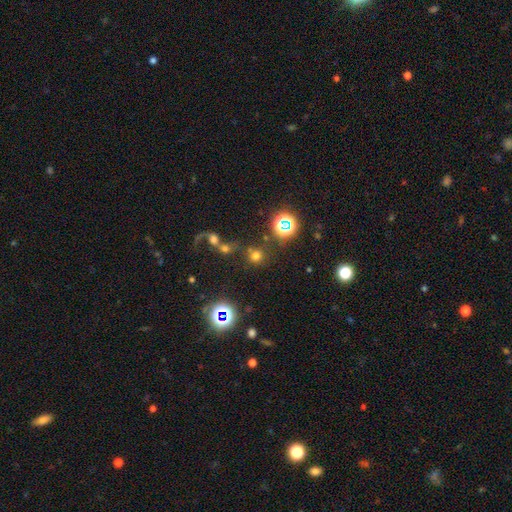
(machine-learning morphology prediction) A smooth galaxy with no disk features (64%) that is round (90%). Merging: none (62%).